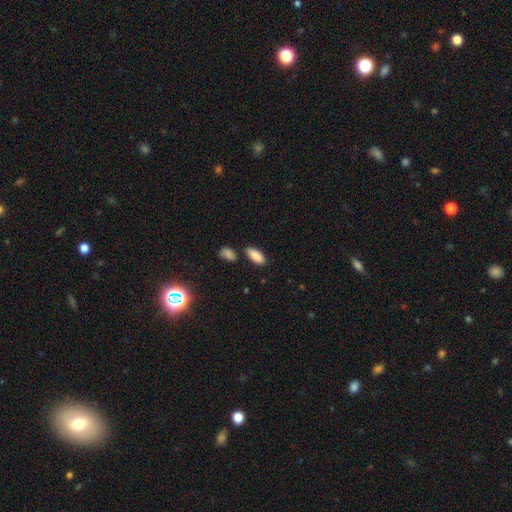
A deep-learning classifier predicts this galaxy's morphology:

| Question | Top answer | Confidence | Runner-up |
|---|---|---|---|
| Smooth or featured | smooth | 86% | star or artifact (8%) |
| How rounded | in between | 81% | cigar-shaped (16%) |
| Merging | none | 73% | minor disturbance (14%) |